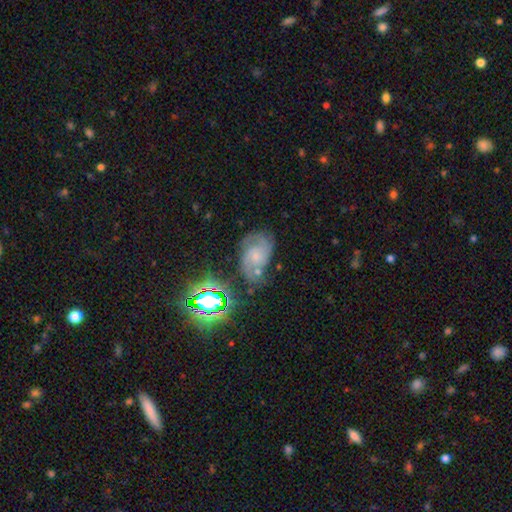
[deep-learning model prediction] smooth_or_featured: featured or disk (p=0.66) [alt: smooth p=0.20]
disk_edge_on: no (p=0.97) [alt: yes p=0.03]
bar: no (p=0.66) [alt: weak p=0.29]
has_spiral_arms: yes (p=0.91) [alt: no p=0.09]
spiral_winding: medium (p=0.49) [alt: tight p=0.31]
spiral_arm_count: 2 (p=0.70) [alt: can't tell p=0.15]
bulge_size: small (p=0.57) [alt: moderate p=0.25]
merging: none (p=0.50) [alt: minor disturbance p=0.24]